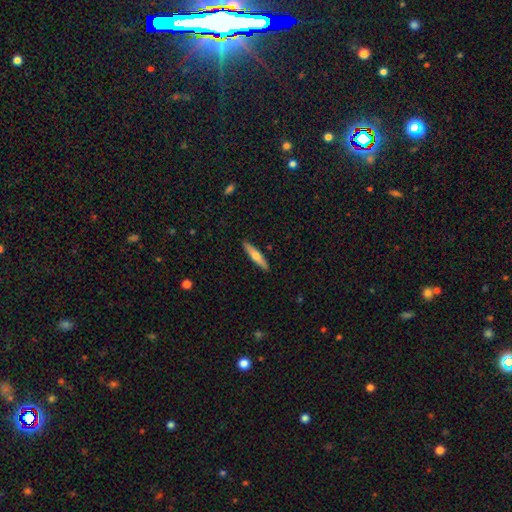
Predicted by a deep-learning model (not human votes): Smooth or featured? smooth (51%)
How rounded? cigar-shaped (83%)
Merging? none (90%)